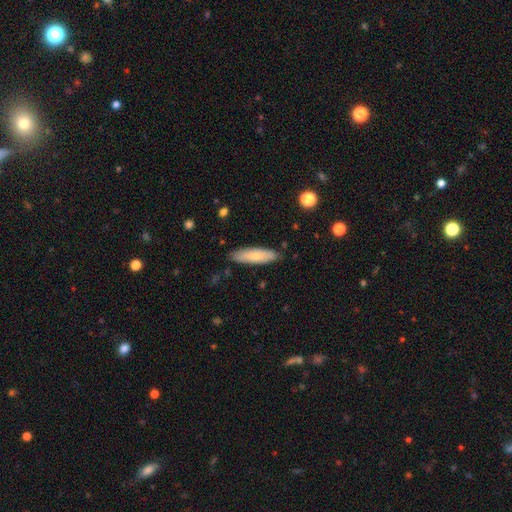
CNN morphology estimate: type=smooth (72%); roundness=cigar-shaped (55%); merging=none (84%).